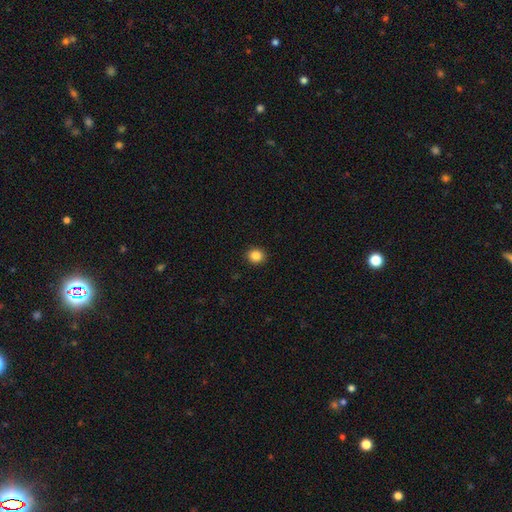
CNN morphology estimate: A smooth galaxy with no disk features (86%) that is round (82%).

Vote fractions:
- Smooth or featured? smooth: 86% / star or artifact: 10% / featured or disk: 4%
- How rounded? round: 82% / in between: 17% / cigar-shaped: 1%
- Merging? none: 92% / minor disturbance: 5% / major disturbance: 2% / merger: 1%